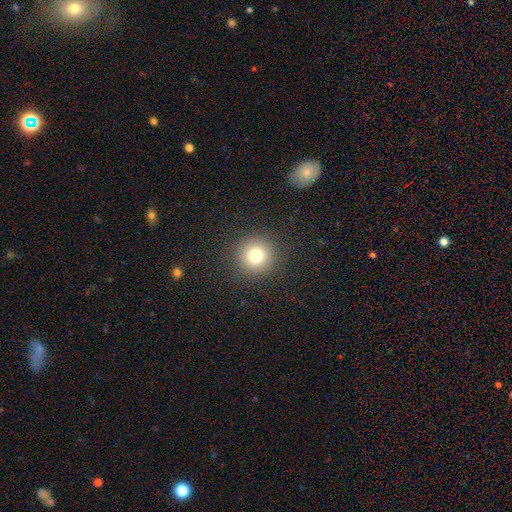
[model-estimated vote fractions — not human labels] This is likely a smooth galaxy (77%). How rounded: clearly round (95%). Merging: clearly none (90%).